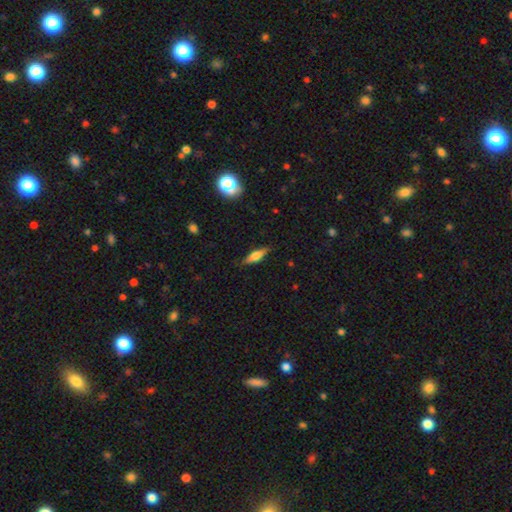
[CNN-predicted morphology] smooth-or-featured: smooth: 50% | featured or disk: 42% | star or artifact: 8%
  how-rounded: cigar-shaped: 51% | in between: 46% | round: 3%
  merging: none: 81% | minor disturbance: 14% | major disturbance: 3% | merger: 1%